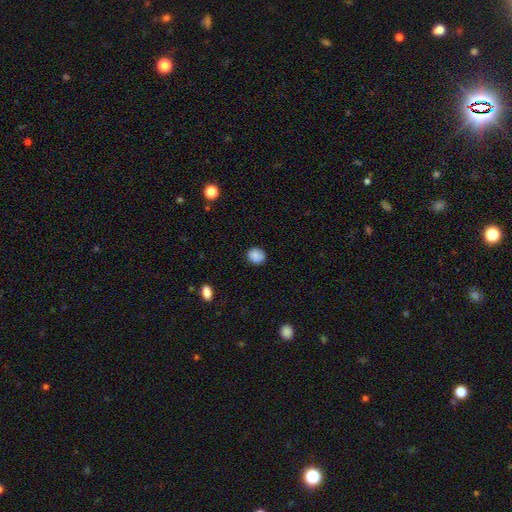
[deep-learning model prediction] Smooth or featured: smooth — 88% (star or artifact — 9%)
How rounded: round — 73% (in between — 26%)
Merging: none — 87% (minor disturbance — 10%)